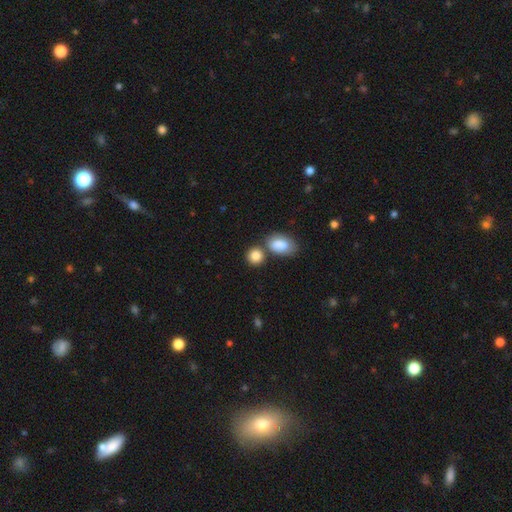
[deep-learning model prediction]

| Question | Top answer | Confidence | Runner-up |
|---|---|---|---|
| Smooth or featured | smooth | 85% | star or artifact (8%) |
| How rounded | round | 71% | in between (27%) |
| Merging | none | 60% | merger (25%) |